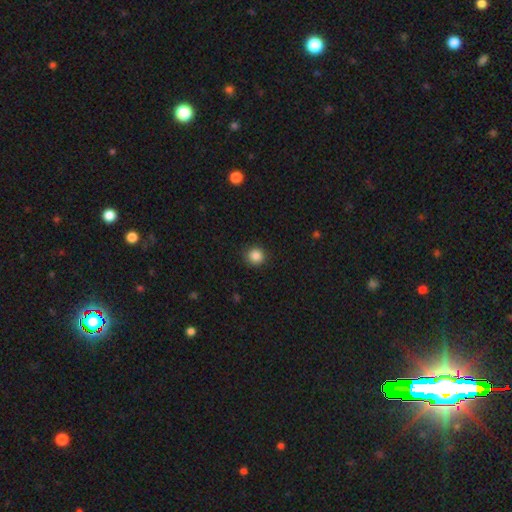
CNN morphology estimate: A smooth galaxy with no disk features (86%) that is round (94%).

Vote fractions:
- Smooth or featured? smooth: 86% / star or artifact: 10% / featured or disk: 3%
- How rounded? round: 94% / in between: 5% / cigar-shaped: 1%
- Merging? none: 91% / minor disturbance: 6% / major disturbance: 2% / merger: 1%